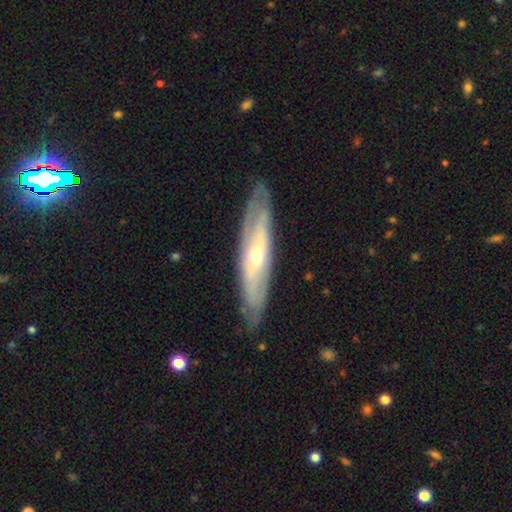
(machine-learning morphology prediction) Smooth or featured? featured or disk (75%)
Edge-on disk? no (56%)
Merging? none (82%)